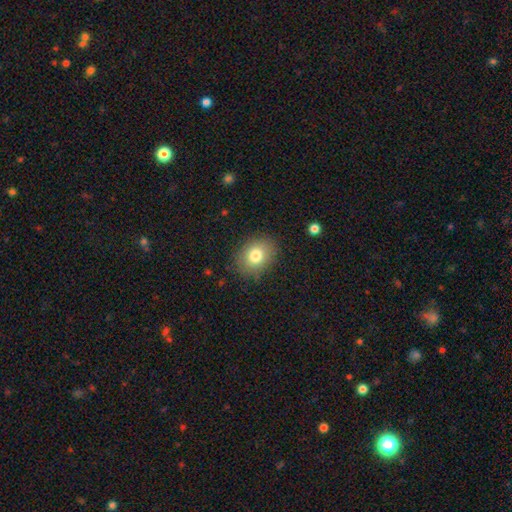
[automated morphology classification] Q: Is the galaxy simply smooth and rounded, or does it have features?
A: smooth — 79%.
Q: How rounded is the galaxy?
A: in between — 53%.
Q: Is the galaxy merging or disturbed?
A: none — 85%.